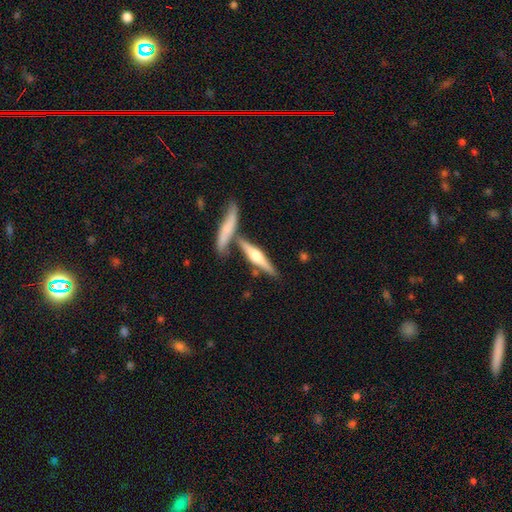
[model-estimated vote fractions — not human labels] This appears to be a featured or disk galaxy (66%) viewed edge-on (96%) with a rounded central bulge (92%). Merging: none (63%).